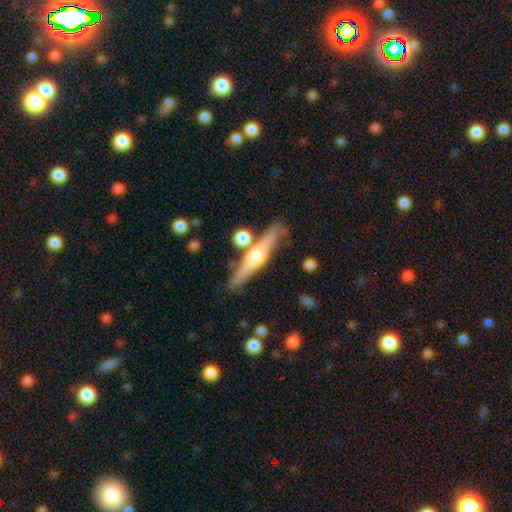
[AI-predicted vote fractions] smooth-or-featured: featured or disk: 68% | smooth: 26% | star or artifact: 6%
  disk-edge-on: yes: 96% | no: 4%
    edge-on-bulge: rounded: 89% | boxy: 7% | none: 4%
  merging: none: 77% | minor disturbance: 11% | merger: 9% | major disturbance: 3%